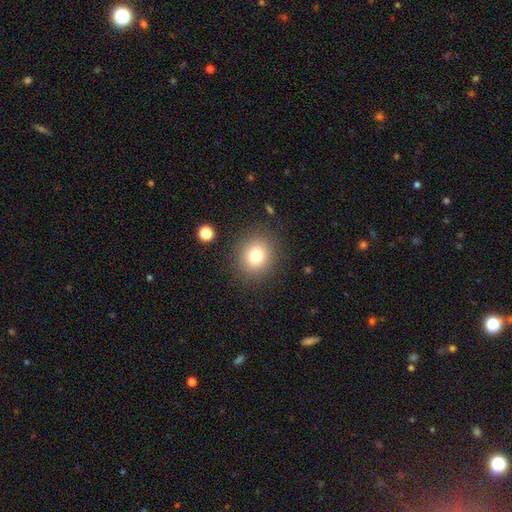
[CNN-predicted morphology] smooth_or_featured: smooth (p=0.77) [alt: star or artifact p=0.13]
how_rounded: round (p=0.81) [alt: in between p=0.18]
merging: none (p=0.87) [alt: minor disturbance p=0.08]